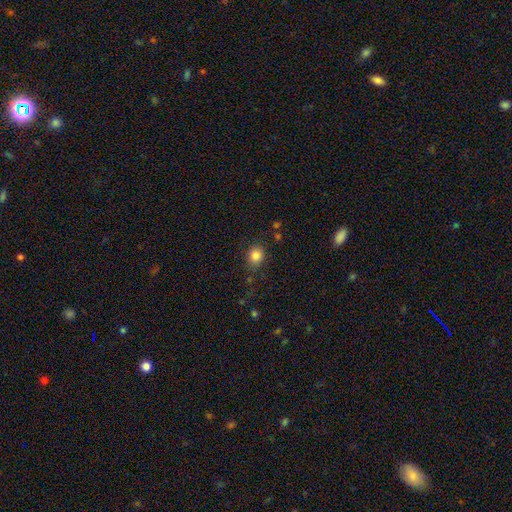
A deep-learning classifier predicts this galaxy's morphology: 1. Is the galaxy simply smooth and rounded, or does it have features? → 84% smooth, 11% star or artifact, 5% featured or disk.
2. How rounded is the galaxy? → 70% round, 29% in between, 1% cigar-shaped.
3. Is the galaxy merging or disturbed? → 80% none, 13% minor disturbance, 4% major disturbance, 2% merger.